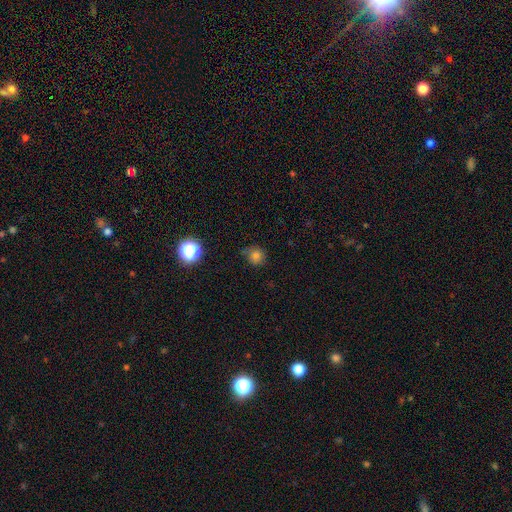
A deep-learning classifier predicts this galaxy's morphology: The model was most divided on "merging": none: 68%, minor disturbance: 23%, major disturbance: 6%, merger: 3%. More confident: how rounded — round (88%); smooth or featured — smooth (76%).